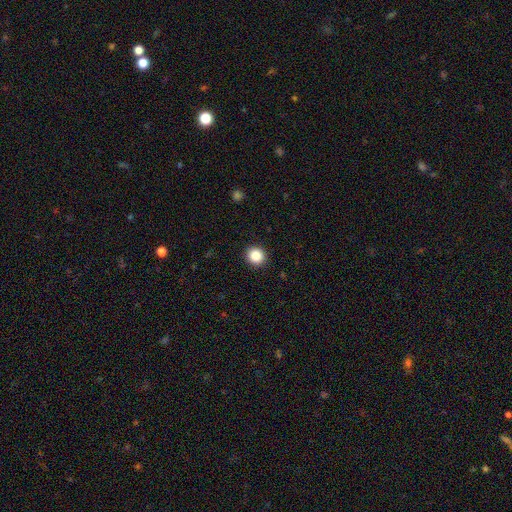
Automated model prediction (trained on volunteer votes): This is clearly a smooth galaxy (86%). How rounded: clearly round (90%). Merging: clearly none (92%).